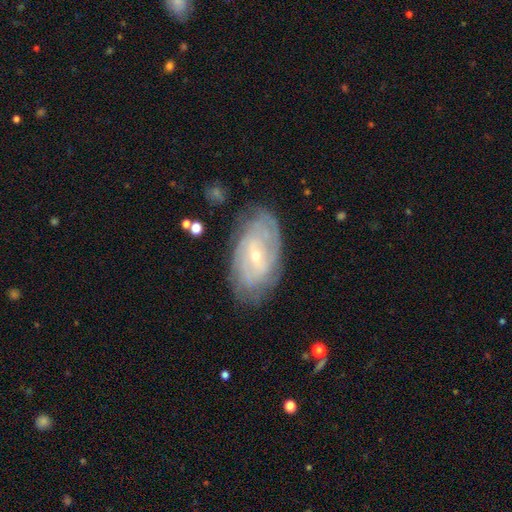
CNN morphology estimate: Smooth or featured? featured or disk (79%)
Edge-on disk? no (94%)
Bar? weak (46%)
Spiral arms? yes (85%)
Spiral winding? tight (71%)
Spiral arm count? can't tell (52%)
Bulge size? small (73%)
Merging? none (77%)